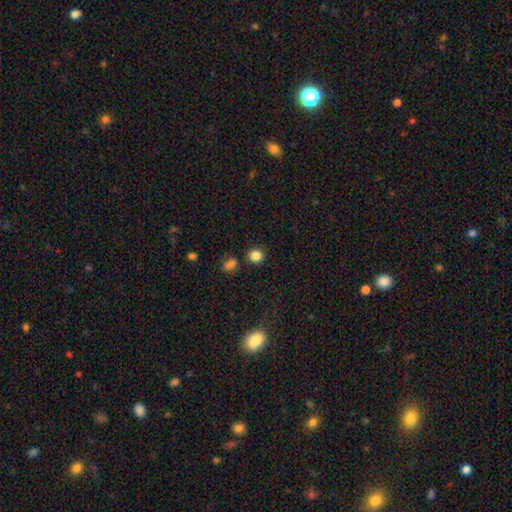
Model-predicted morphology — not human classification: smooth_or_featured: smooth (p=0.85) [alt: star or artifact p=0.12]
how_rounded: round (p=0.84) [alt: in between p=0.15]
merging: none (p=0.84) [alt: minor disturbance p=0.08]